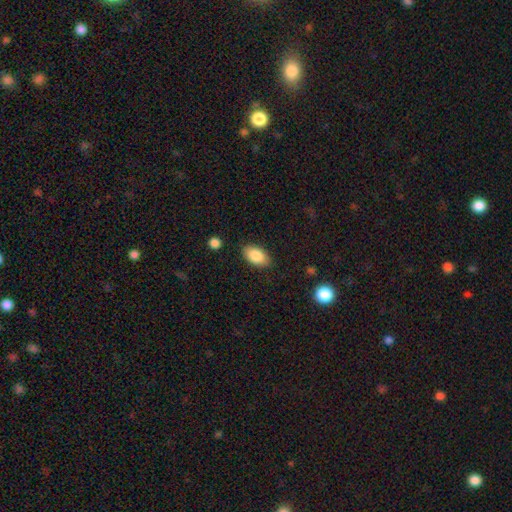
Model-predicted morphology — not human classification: Overall: smooth (86%). How rounded: in between (94%). Merging: none (86%).